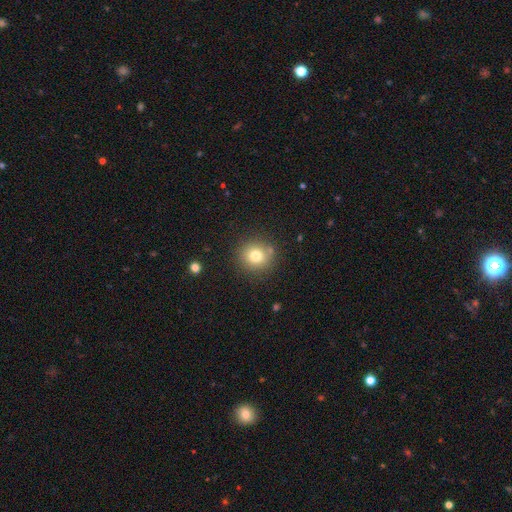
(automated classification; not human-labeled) smooth 78%, star or artifact 13%, featured or disk 10%. Down the decision tree: how rounded — round (91%); merging — none (83%).